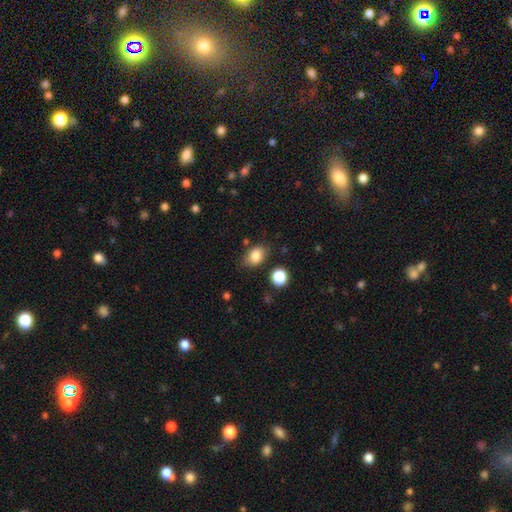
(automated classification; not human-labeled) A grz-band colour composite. It shows a smooth galaxy with no disk features (84%) that is in between round and cigar-shaped (77%). Merging: none (75%).